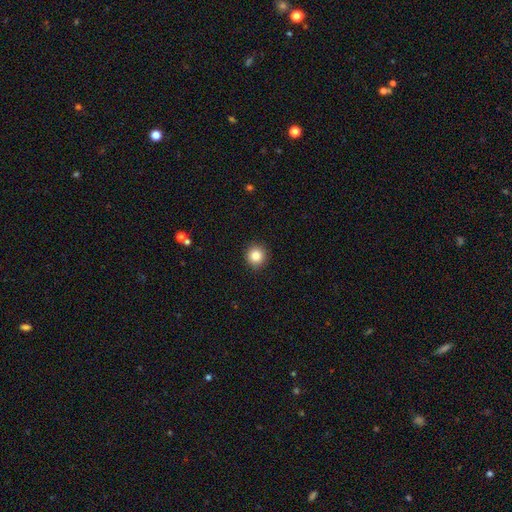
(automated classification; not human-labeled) Smooth or featured: smooth — 85% (star or artifact — 10%)
How rounded: round — 94% (in between — 5%)
Merging: none — 92% (minor disturbance — 5%)